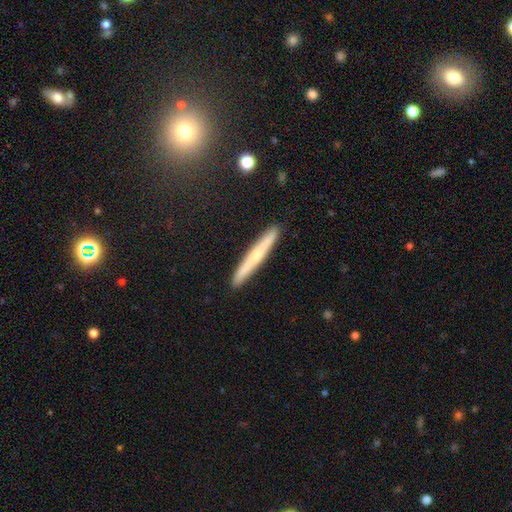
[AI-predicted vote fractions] featured or disk 49%, smooth 44%, star or artifact 7%. Down the decision tree: merging — none (91%).